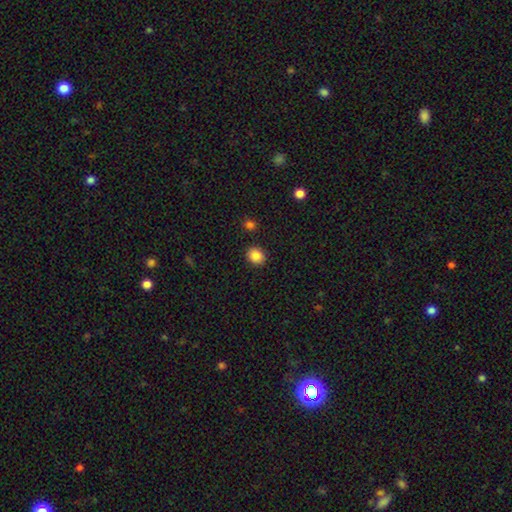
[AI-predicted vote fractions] smooth_or_featured: smooth (p=0.86) [alt: star or artifact p=0.09]
how_rounded: round (p=0.66) [alt: in between p=0.33]
merging: none (p=0.90) [alt: minor disturbance p=0.06]